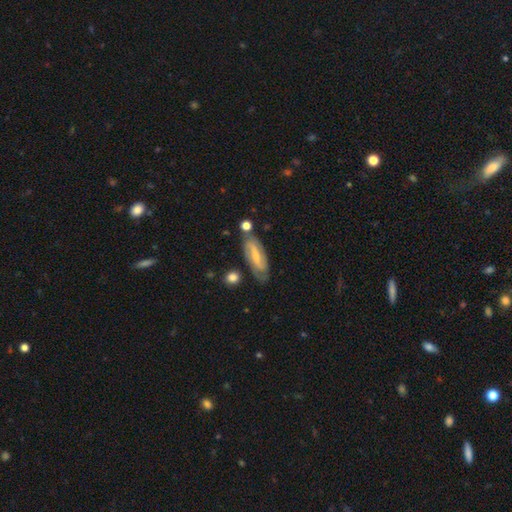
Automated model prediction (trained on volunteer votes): Overall: featured or disk (64%; smooth 29%). Edge-on disk: no (86%). Bar: weak (44%; strong 38%). Spiral arms: yes (88%). Bulge size: small (54%; moderate 30%). Merging: none (74%).